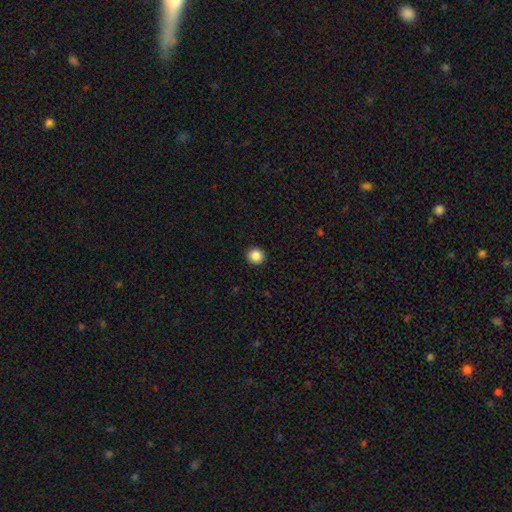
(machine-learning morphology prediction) Q: Smooth or featured?
A: smooth (87%); runner-up: star or artifact (9%)
Q: How rounded?
A: round (88%); runner-up: in between (11%)
Q: Merging?
A: none (93%); runner-up: minor disturbance (5%)